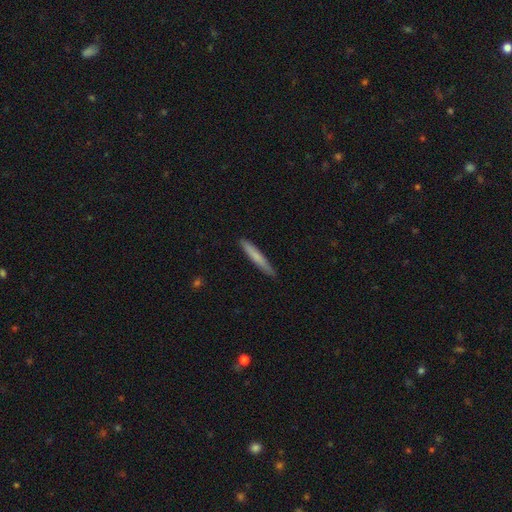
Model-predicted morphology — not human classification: A smooth galaxy with no disk features (71%) that is cigar-shaped (95%). Merging: none (88%).